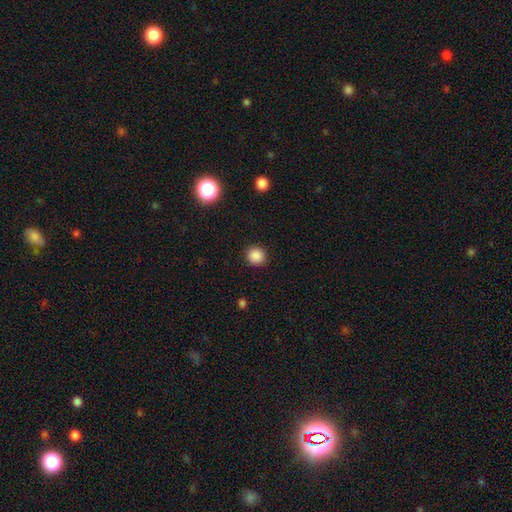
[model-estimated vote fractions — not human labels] smooth 87%, star or artifact 10%, featured or disk 3%. Down the decision tree: how rounded — round (93%); merging — none (92%).